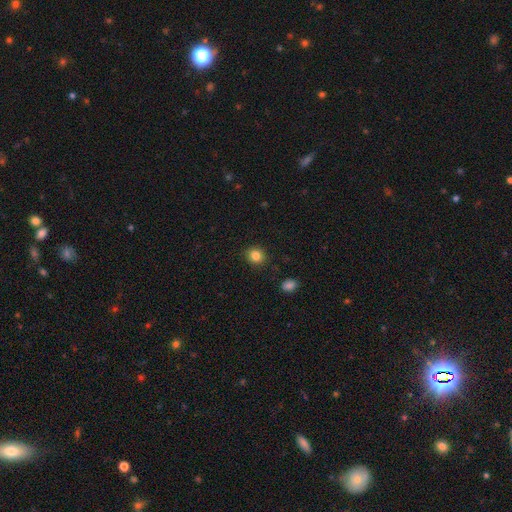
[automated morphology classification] This is clearly a smooth galaxy (84%). How rounded: clearly round (83%). Merging: clearly none (90%).